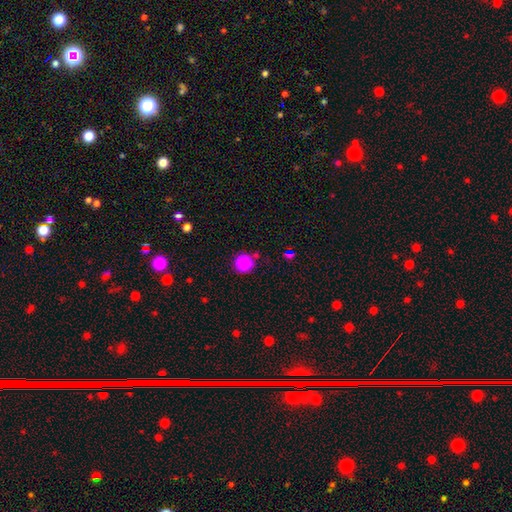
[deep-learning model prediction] smooth 82%, star or artifact 13%, featured or disk 5%. Down the decision tree: how rounded — round (90%); merging — none (78%).